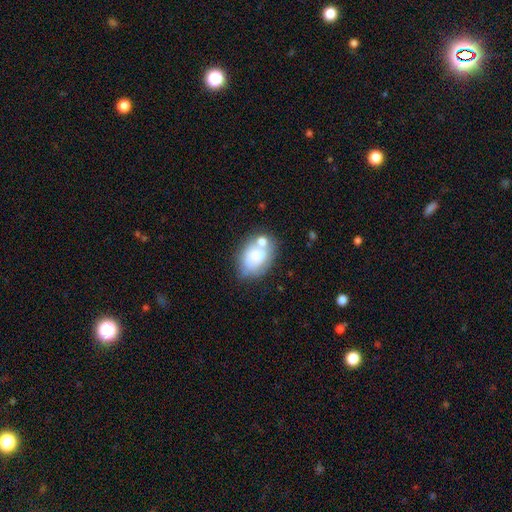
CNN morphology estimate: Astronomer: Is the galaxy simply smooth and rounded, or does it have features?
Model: smooth — 52% (runner-up: featured or disk, 39%).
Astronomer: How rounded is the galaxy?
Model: in between — 78%.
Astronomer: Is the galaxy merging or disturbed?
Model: none — 41% (runner-up: merger, 27%).